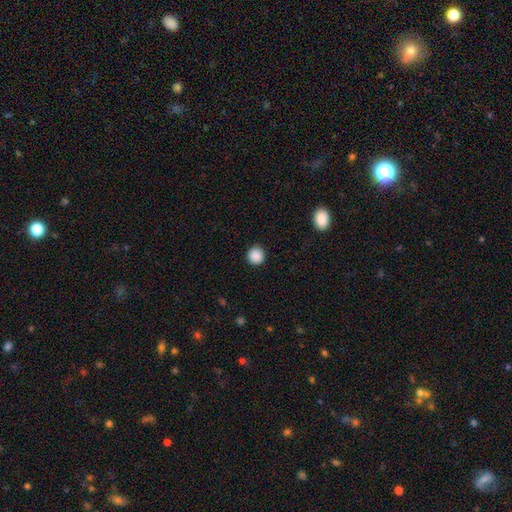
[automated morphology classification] Smooth or featured: smooth — 89% (star or artifact — 9%)
How rounded: round — 92% (in between — 7%)
Merging: none — 89% (minor disturbance — 7%)